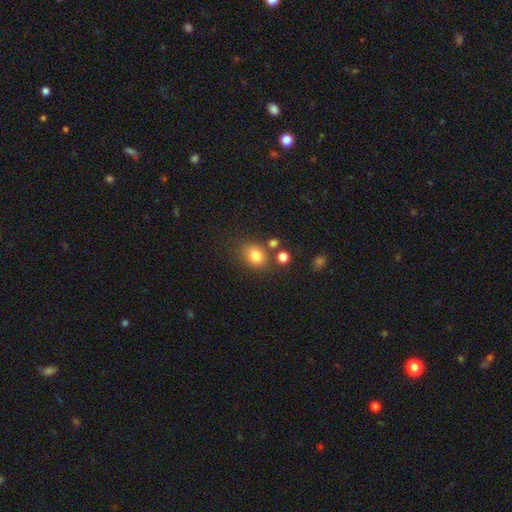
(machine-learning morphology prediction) Smooth or featured: smooth — 80% (star or artifact — 12%)
How rounded: round — 60% (in between — 39%)
Merging: none — 72% (minor disturbance — 13%)